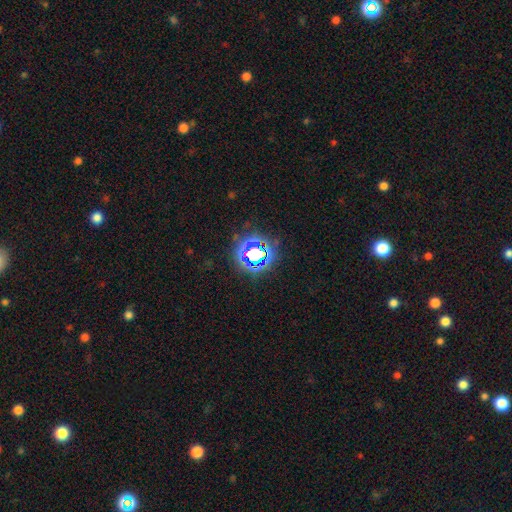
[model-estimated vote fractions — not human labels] The model was most divided on "smooth or featured": star or artifact: 67%, smooth: 22%, featured or disk: 12%.